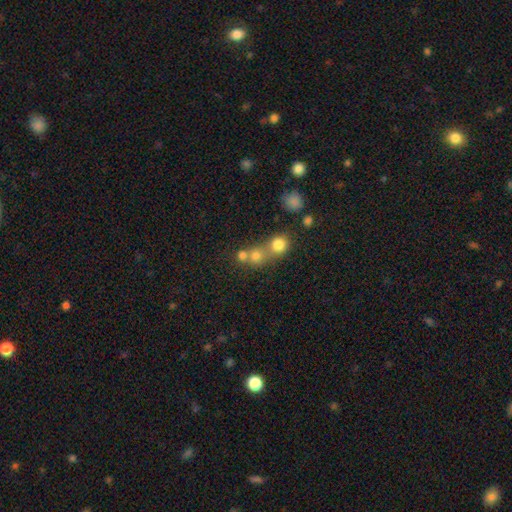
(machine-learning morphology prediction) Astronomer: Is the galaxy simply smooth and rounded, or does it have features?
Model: smooth — 73%.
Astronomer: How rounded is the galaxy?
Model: round — 87%.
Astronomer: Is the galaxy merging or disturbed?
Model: merger — 50% (runner-up: none, 41%).